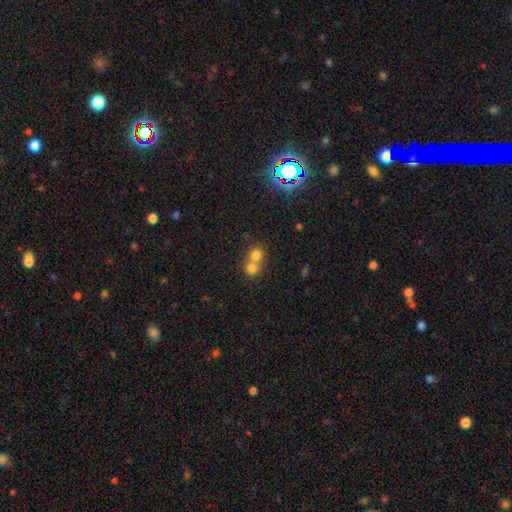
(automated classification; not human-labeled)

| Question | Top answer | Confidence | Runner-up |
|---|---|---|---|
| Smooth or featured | smooth | 75% | star or artifact (13%) |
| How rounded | round | 84% | in between (15%) |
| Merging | merger | 62% | none (32%) |